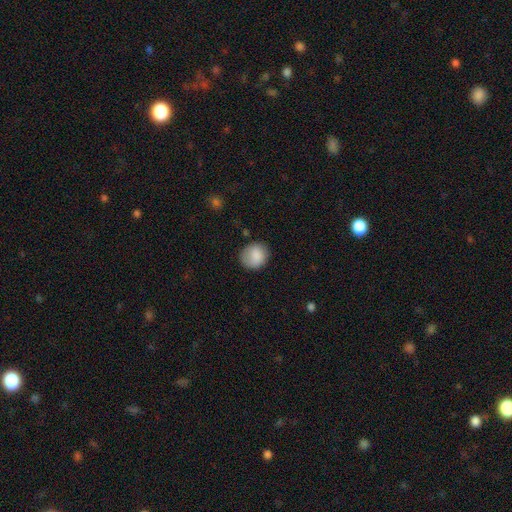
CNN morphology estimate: Smooth or featured?
  - smooth: 85% *
  - featured or disk: 8%
  - star or artifact: 7%
How rounded?
  - round: 80% *
  - in between: 19%
  - cigar-shaped: 1%
Merging?
  - none: 75% *
  - minor disturbance: 18%
  - major disturbance: 5%
  - merger: 2%